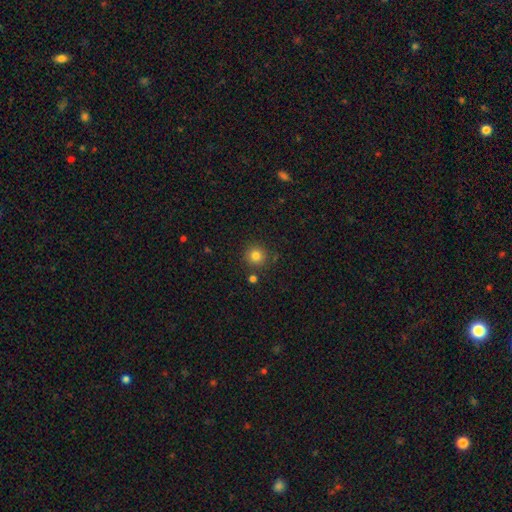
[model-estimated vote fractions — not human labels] Smooth or featured?
  - smooth: 81% *
  - star or artifact: 13%
  - featured or disk: 6%
How rounded?
  - round: 93% *
  - in between: 6%
  - cigar-shaped: 1%
Merging?
  - none: 85% *
  - minor disturbance: 8%
  - merger: 5%
  - major disturbance: 3%